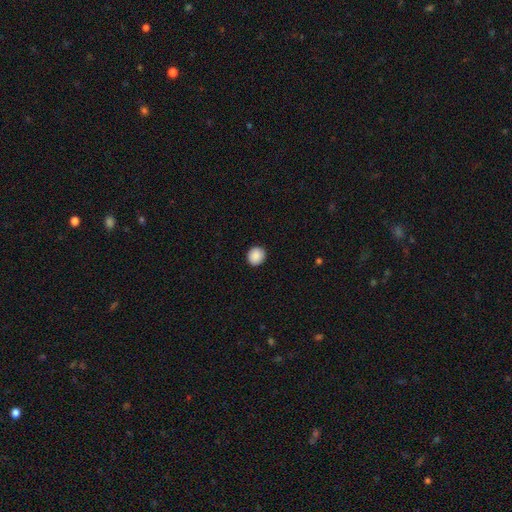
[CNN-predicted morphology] Overall: smooth (89%). How rounded: round (90%). Merging: none (92%).